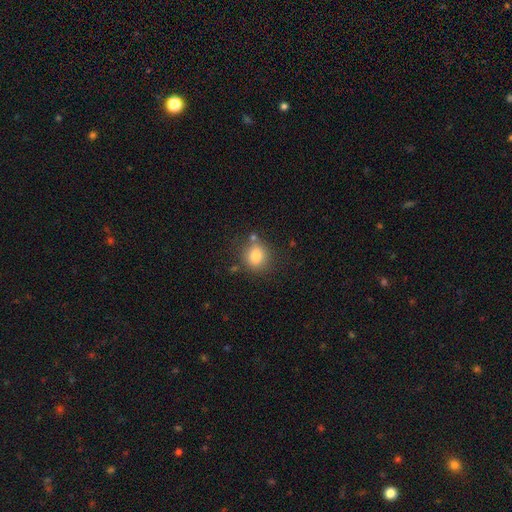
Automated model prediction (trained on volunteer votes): A smooth galaxy with no disk features (81%) that is round (71%).

Vote fractions:
- Smooth or featured? smooth: 81% / star or artifact: 11% / featured or disk: 9%
- How rounded? round: 71% / in between: 27% / cigar-shaped: 1%
- Merging? none: 74% / minor disturbance: 14% / merger: 8% / major disturbance: 4%